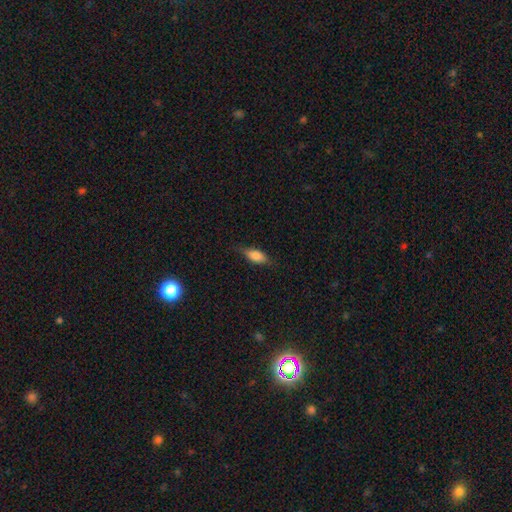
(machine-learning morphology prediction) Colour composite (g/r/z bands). It shows a smooth galaxy with no disk features (75%) that is in between round and cigar-shaped (76%). Merging: none (73%).